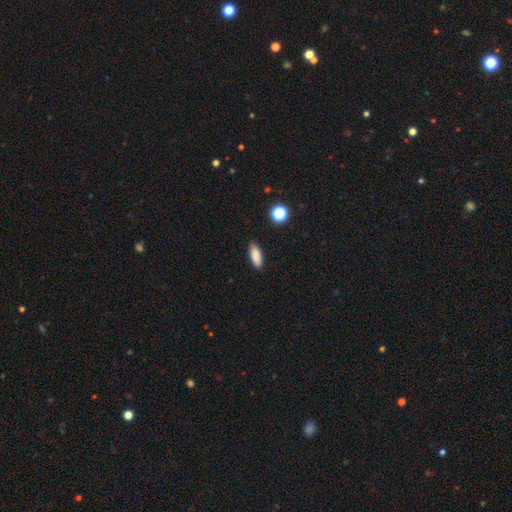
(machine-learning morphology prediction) Smooth or featured: smooth — 86% (star or artifact — 8%)
How rounded: in between — 69% (cigar-shaped — 28%)
Merging: none — 87% (minor disturbance — 9%)